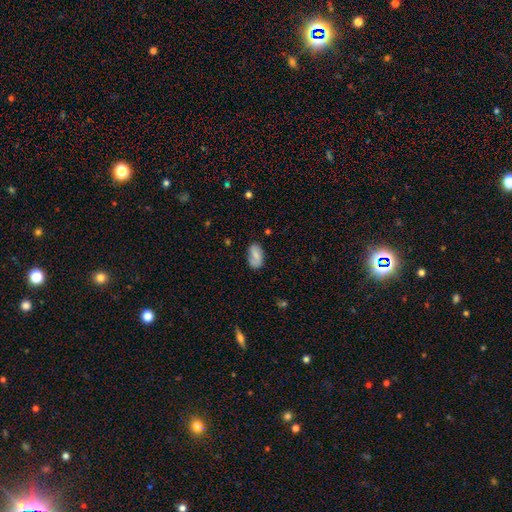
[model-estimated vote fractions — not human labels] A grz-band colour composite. It shows a smooth galaxy with no disk features (71%) that is in between round and cigar-shaped (93%). Merging: none (72%).